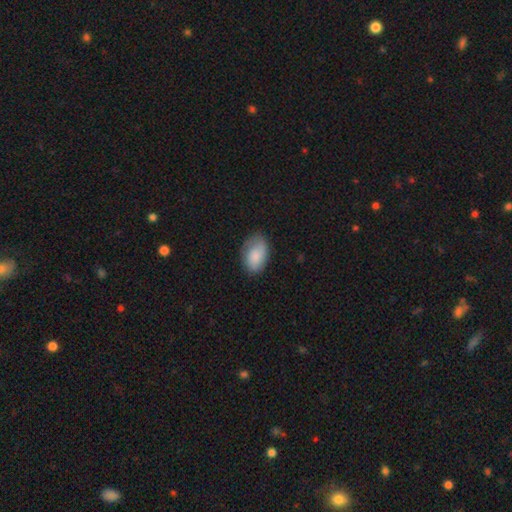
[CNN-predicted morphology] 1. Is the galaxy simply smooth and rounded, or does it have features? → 77% smooth, 16% featured or disk, 7% star or artifact.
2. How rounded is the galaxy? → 88% in between, 10% round, 1% cigar-shaped.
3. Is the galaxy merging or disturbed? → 67% none, 24% minor disturbance, 7% major disturbance, 1% merger.